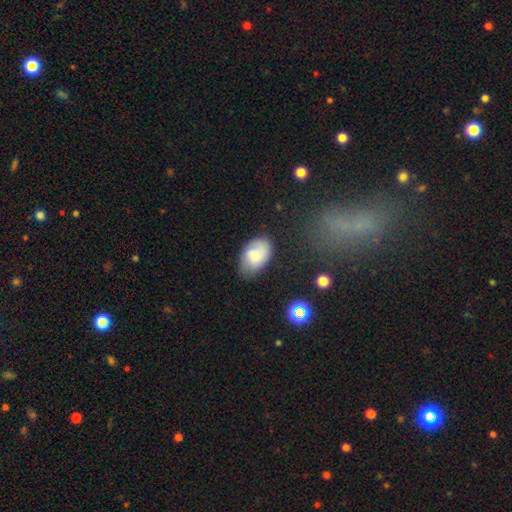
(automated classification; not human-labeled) Smooth or featured? Predicted: smooth (p=0.75). How rounded? Predicted: in between (p=0.90). Merging? Predicted: none (p=0.69).